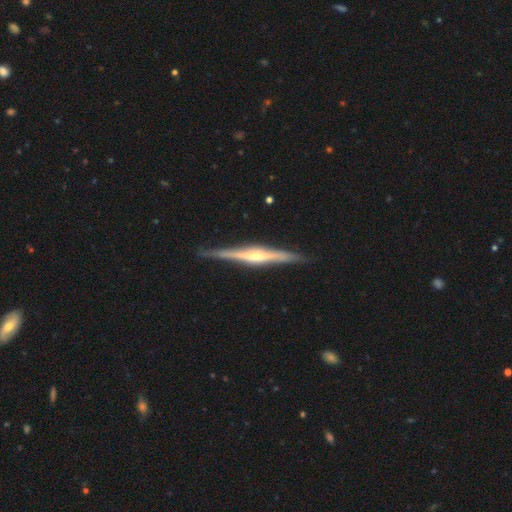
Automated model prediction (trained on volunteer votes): Smooth or featured: featured or disk — 83% (smooth — 12%)
Edge-on disk: yes — 98% (no — 2%)
Edge-on bulge: rounded — 81% (boxy — 10%)
Merging: none — 89% (minor disturbance — 8%)